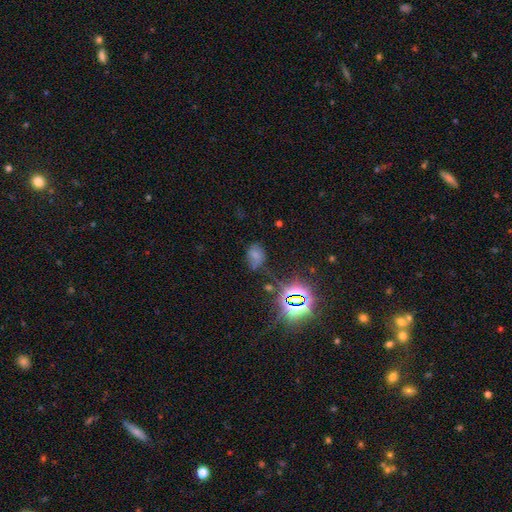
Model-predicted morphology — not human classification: smooth-or-featured: smooth: 56% | star or artifact: 29% | featured or disk: 15%
  how-rounded: in between: 73% | round: 25% | cigar-shaped: 2%
  merging: none: 50% | minor disturbance: 28% | major disturbance: 15% | merger: 7%